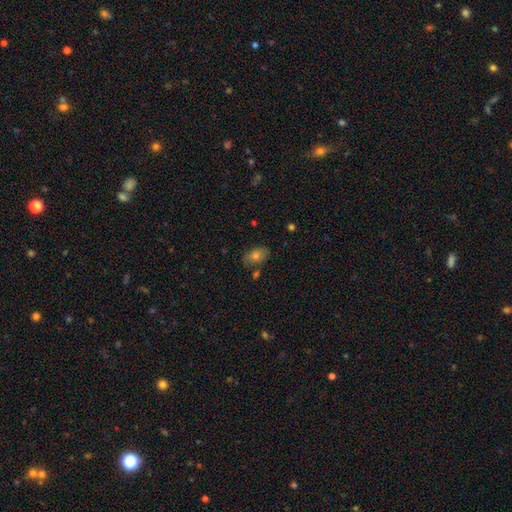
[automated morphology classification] This appears to be a smooth galaxy with no disk features (74%) that is in between round and cigar-shaped (83%). Merging: none (77%).